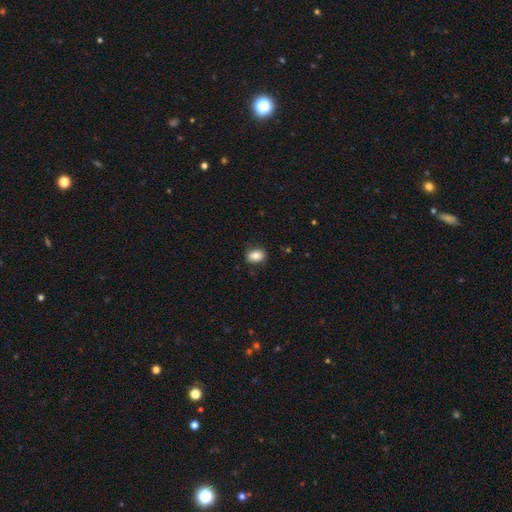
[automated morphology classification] smooth 81%, featured or disk 10%, star or artifact 9%. Down the decision tree: how rounded — in between (77%); merging — none (83%).